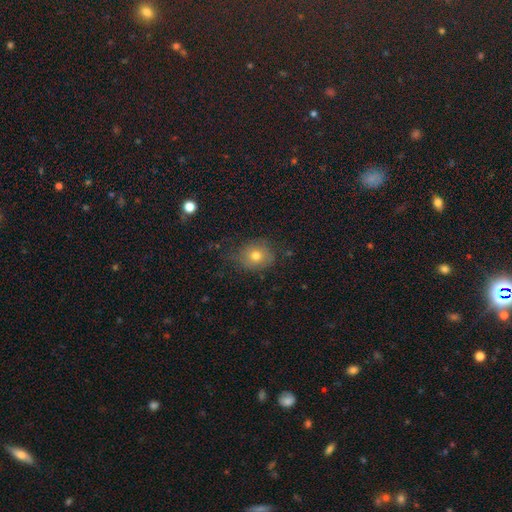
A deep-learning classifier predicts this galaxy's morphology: This appears to be a smooth galaxy with no disk features (72%) that is round (69%). Merging: none (70%).